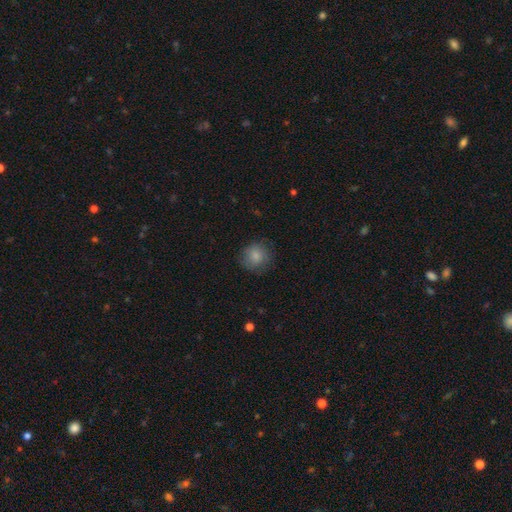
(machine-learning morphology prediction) smooth_or_featured: smooth (p=0.84) [alt: star or artifact p=0.08]
how_rounded: round (p=0.89) [alt: in between p=0.10]
merging: none (p=0.81) [alt: minor disturbance p=0.13]